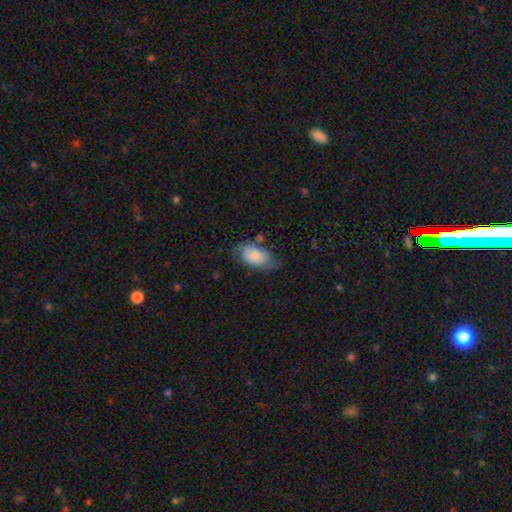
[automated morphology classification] Overall: smooth (70%). How rounded: in between (92%). Merging: none (53%; minor disturbance 32%).